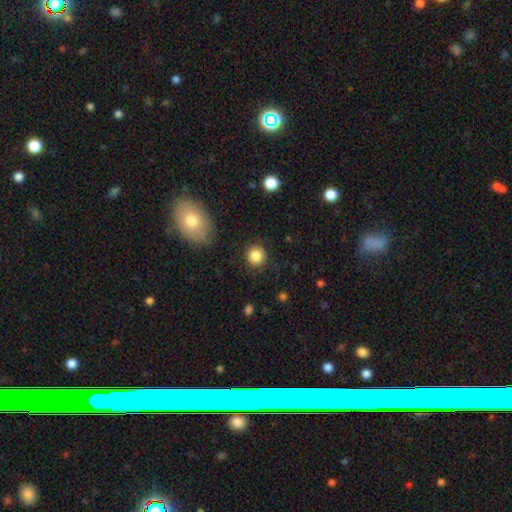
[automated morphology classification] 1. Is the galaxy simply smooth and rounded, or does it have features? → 85% smooth, 10% star or artifact, 5% featured or disk.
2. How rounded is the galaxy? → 91% round, 8% in between, 1% cigar-shaped.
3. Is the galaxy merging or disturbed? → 89% none, 7% minor disturbance, 3% major disturbance, 1% merger.